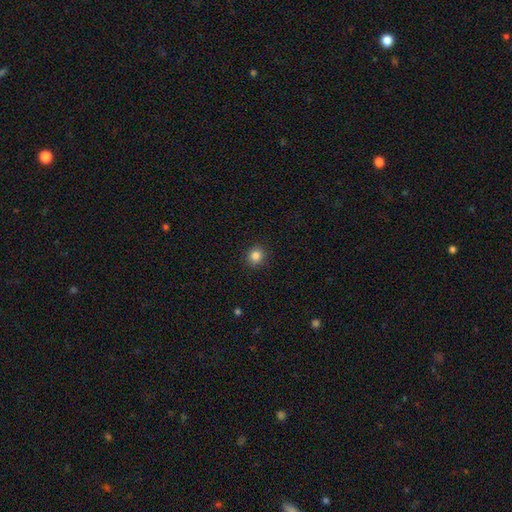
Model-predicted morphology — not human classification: Smooth or featured?
  - smooth: 84% *
  - star or artifact: 11%
  - featured or disk: 4%
How rounded?
  - round: 92% *
  - in between: 7%
  - cigar-shaped: 1%
Merging?
  - none: 92% *
  - minor disturbance: 5%
  - major disturbance: 2%
  - merger: 1%